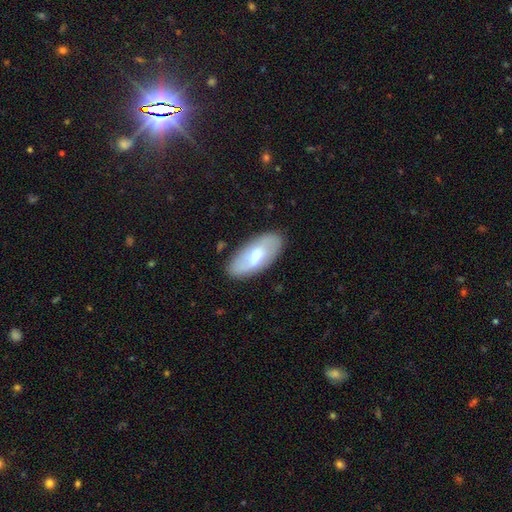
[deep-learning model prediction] This is possibly a smooth galaxy (56%). How rounded: clearly in between (90%). Merging: clearly none (84%).